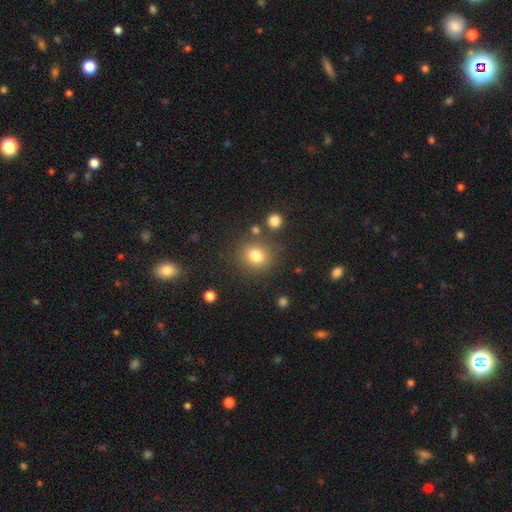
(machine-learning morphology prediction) This is likely a smooth galaxy (79%). How rounded: clearly round (84%). Merging: clearly none (80%).